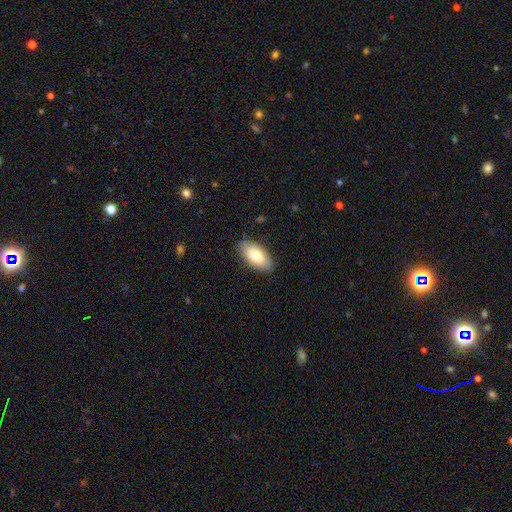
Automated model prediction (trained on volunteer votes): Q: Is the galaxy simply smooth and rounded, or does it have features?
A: smooth — 77%.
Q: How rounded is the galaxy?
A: in between — 93%.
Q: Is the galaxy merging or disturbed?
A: none — 85%.